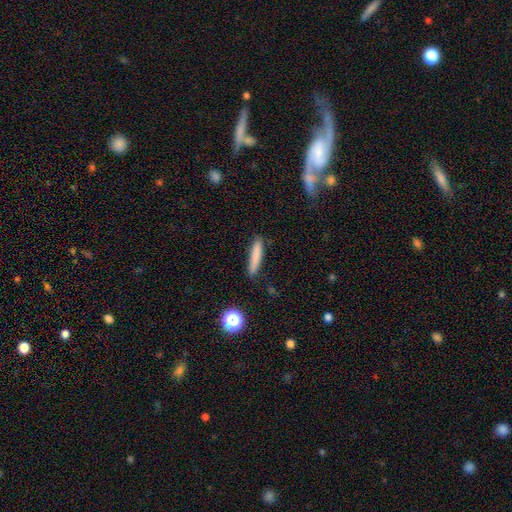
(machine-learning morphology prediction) smooth_or_featured: smooth (p=0.81) [alt: featured or disk p=0.11]
how_rounded: cigar-shaped (p=0.88) [alt: in between p=0.10]
merging: none (p=0.83) [alt: minor disturbance p=0.12]